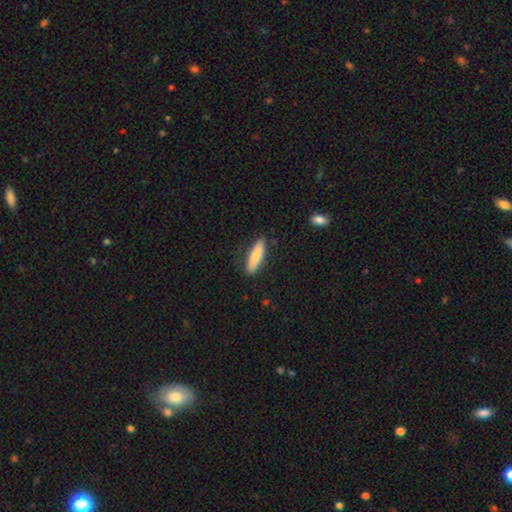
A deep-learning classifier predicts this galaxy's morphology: This is clearly a smooth galaxy (80%). How rounded: likely cigar-shaped (68%). Merging: clearly none (85%).